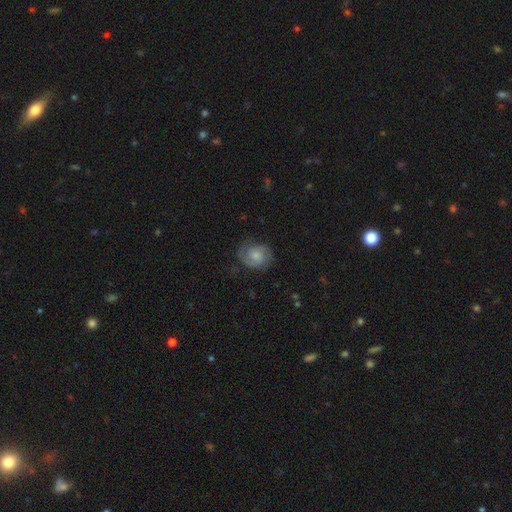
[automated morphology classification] This is possibly a featured or disk galaxy (50%). It is clearly not viewed edge-on (97%). Merging: likely none (68%).